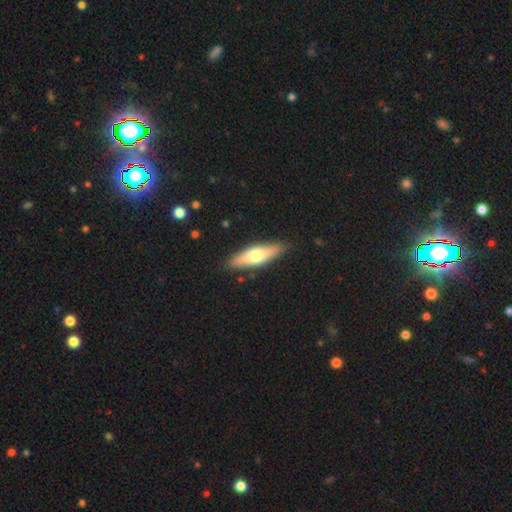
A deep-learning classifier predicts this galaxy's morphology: smooth-or-featured: featured or disk: 48% | smooth: 44% | star or artifact: 8%
  merging: none: 88% | minor disturbance: 9% | major disturbance: 2% | merger: 1%